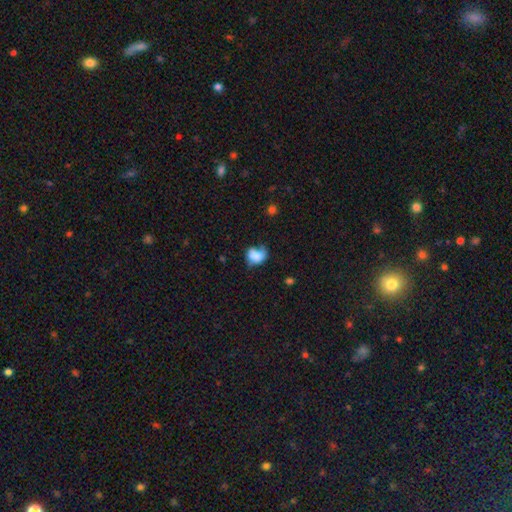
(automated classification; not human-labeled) Smooth or featured?
  - smooth: 68% *
  - featured or disk: 22%
  - star or artifact: 10%
How rounded?
  - in between: 57% *
  - round: 42%
  - cigar-shaped: 1%
Merging?
  - minor disturbance: 33% *
  - none: 31%
  - major disturbance: 27%
  - merger: 9%